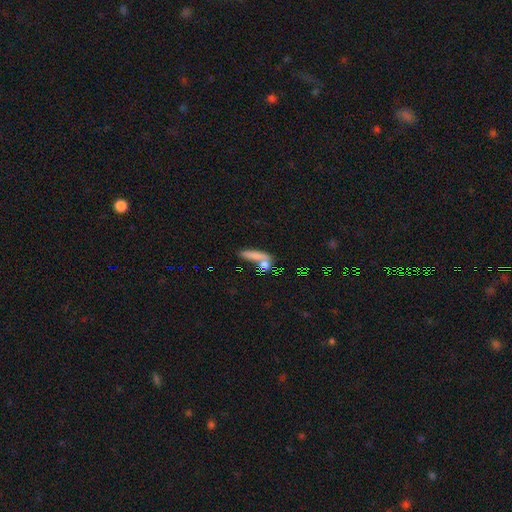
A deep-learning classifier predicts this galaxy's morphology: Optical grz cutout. It shows a smooth galaxy with no disk features (73%) that is cigar-shaped (72%). Merging: none (57%).